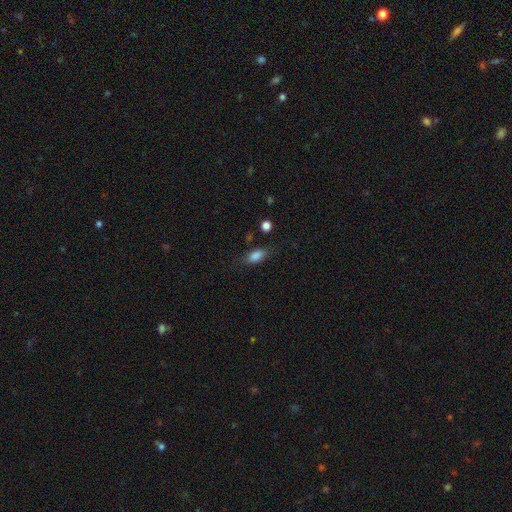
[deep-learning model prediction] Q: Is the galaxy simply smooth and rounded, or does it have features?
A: smooth — 84%.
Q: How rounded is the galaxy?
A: in between — 83%.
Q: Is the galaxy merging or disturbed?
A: none — 73%.